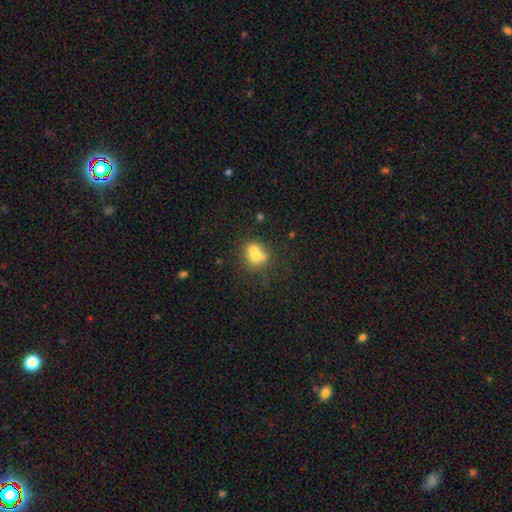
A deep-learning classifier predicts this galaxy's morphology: type=smooth (62%); roundness=round (67%); merging=merger (55%).